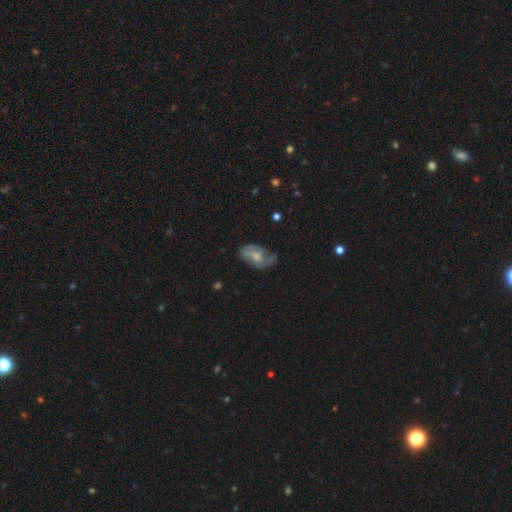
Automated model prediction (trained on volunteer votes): A featured or disk galaxy (59%) with no bar (68%), spiral arms (76%) and a moderate central bulge (44%).

Vote fractions:
- Smooth or featured? featured or disk: 59% / smooth: 34% / star or artifact: 7%
- Edge-on disk? no: 95% / yes: 5%
- Bar? no: 68% / weak: 28% / strong: 4%
- Spiral arms? yes: 76% / no: 24%
- Bulge size? moderate: 44% / small: 40% / none: 9% / large: 5% / dominant: 1%
- Merging? none: 50% / minor disturbance: 30% / major disturbance: 18% / merger: 2%